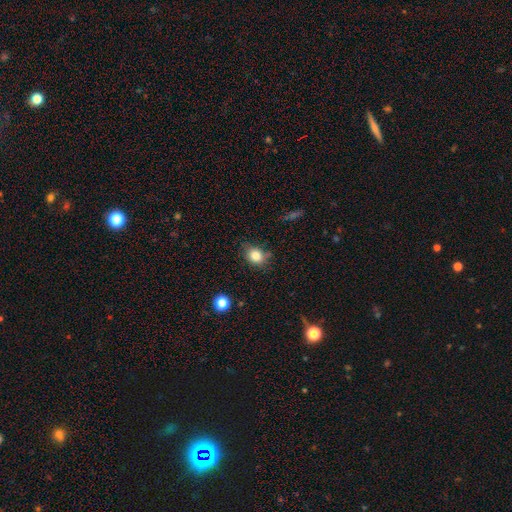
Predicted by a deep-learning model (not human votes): This is clearly a smooth galaxy (82%). How rounded: possibly round (50%). Merging: likely none (68%).